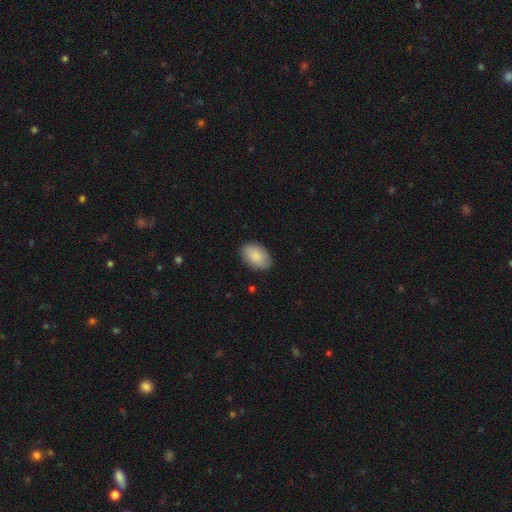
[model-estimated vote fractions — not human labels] A smooth galaxy with no disk features (86%) that is in between round and cigar-shaped (89%). Merging: none (84%).